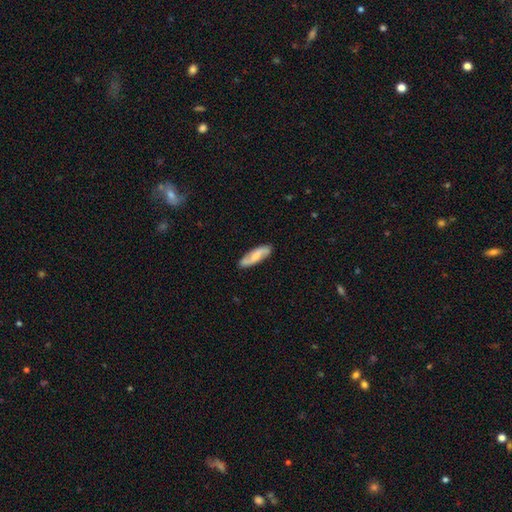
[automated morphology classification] This is possibly a featured or disk galaxy (50%). Merging: clearly none (86%).